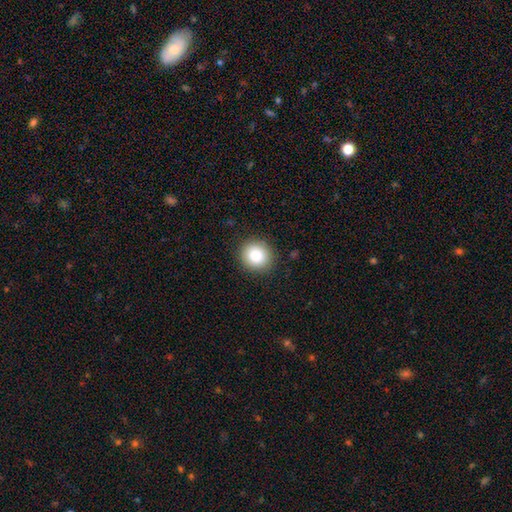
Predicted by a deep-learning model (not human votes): A smooth galaxy with no disk features (84%) that is round (88%). Merging: none (90%).